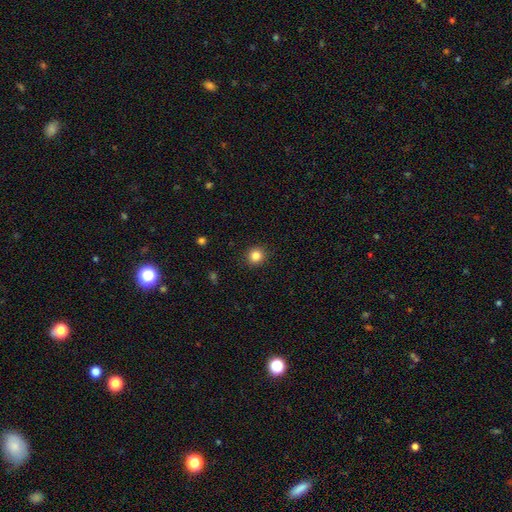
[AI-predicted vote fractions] smooth 84%, star or artifact 11%, featured or disk 5%. Down the decision tree: how rounded — round (91%); merging — none (92%).